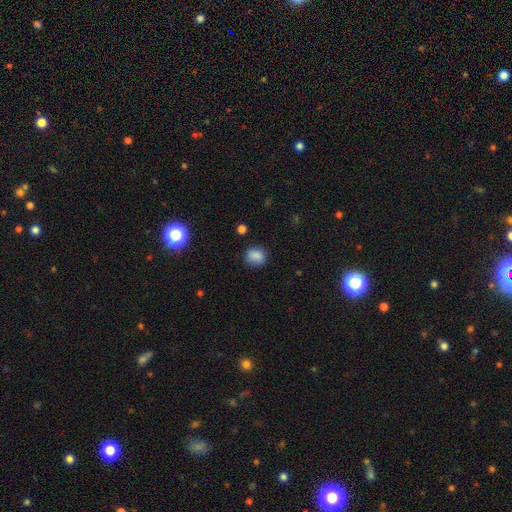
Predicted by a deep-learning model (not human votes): This appears to be a smooth galaxy with no disk features (84%) that is round (66%). Merging: none (80%).